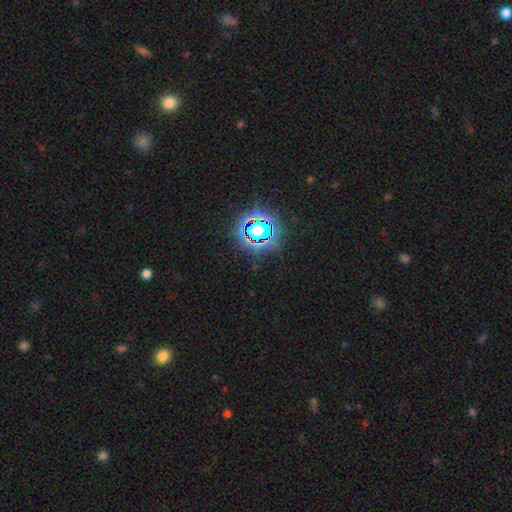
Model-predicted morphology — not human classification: smooth_or_featured: star or artifact (p=0.78) [alt: smooth p=0.15]